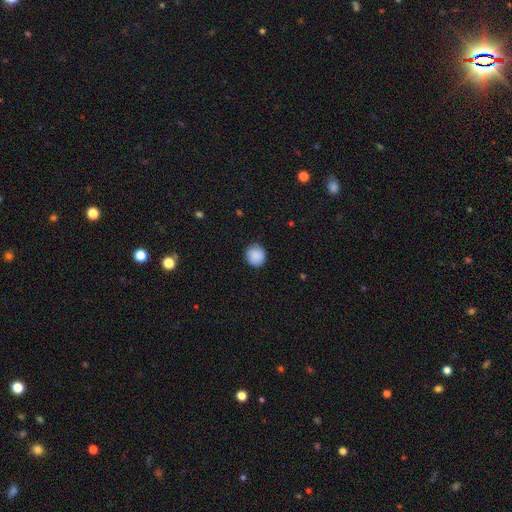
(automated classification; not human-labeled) Overall: smooth (89%). How rounded: round (88%). Merging: none (85%).